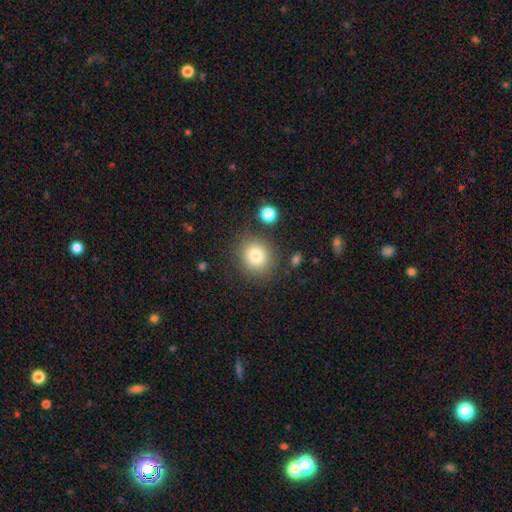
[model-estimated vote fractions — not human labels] smooth_or_featured: smooth (p=0.80) [alt: star or artifact p=0.11]
how_rounded: round (p=0.81) [alt: in between p=0.18]
merging: none (p=0.82) [alt: minor disturbance p=0.10]